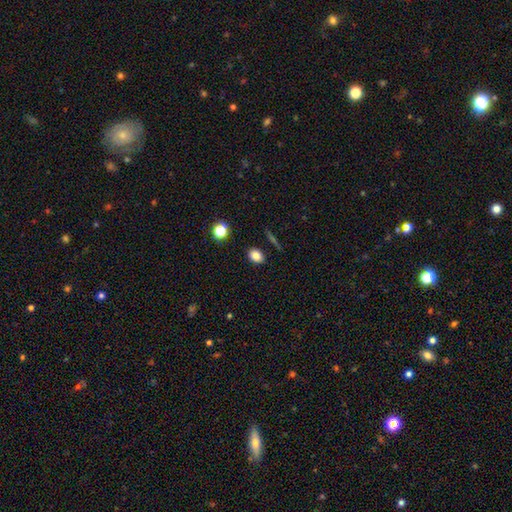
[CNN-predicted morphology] Smooth or featured? smooth (82%)
How rounded? in between (60%)
Merging? none (87%)